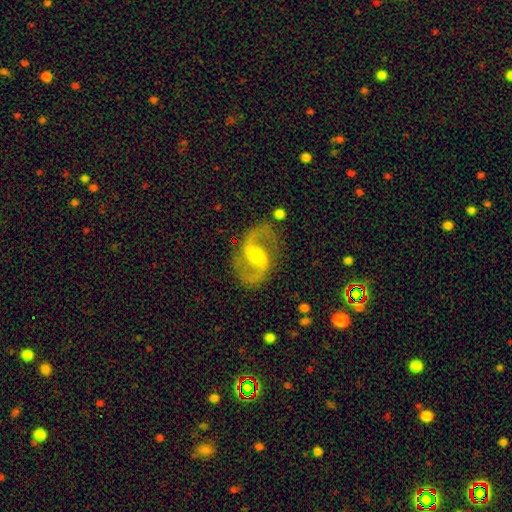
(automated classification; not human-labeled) Smooth or featured: featured or disk — 90% (smooth — 5%)
Edge-on disk: no — 98% (yes — 2%)
Bar: weak — 48% (strong — 34%)
Spiral arms: yes — 97% (no — 3%)
Spiral winding: medium — 50% (loose — 42%)
Spiral arm count: 2 — 94% (1 — 2%)
Bulge size: moderate — 44% (small — 35%)
Merging: none — 79% (minor disturbance — 12%)